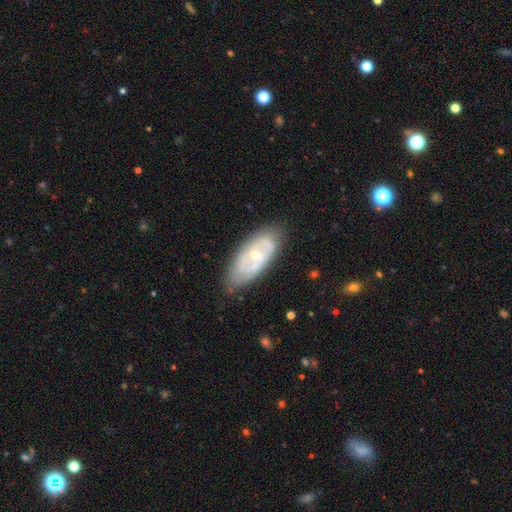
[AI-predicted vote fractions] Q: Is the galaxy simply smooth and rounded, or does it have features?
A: featured or disk — 69%.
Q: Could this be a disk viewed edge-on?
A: no — 91%.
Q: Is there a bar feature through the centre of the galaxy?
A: no — 62%.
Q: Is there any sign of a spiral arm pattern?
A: yes — 65%.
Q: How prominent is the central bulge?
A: small — 58%.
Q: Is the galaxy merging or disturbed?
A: none — 71%.